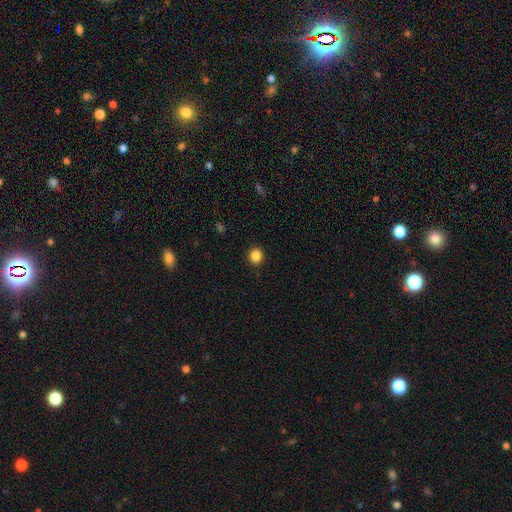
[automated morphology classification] The model was most divided on "how rounded": round: 83%, in between: 16%, cigar-shaped: 1%. More confident: merging — none (92%); smooth or featured — smooth (87%).